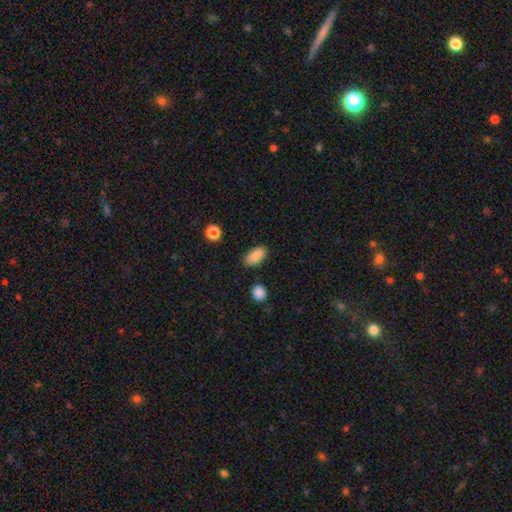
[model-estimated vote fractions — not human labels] smooth-or-featured: smooth: 88% | star or artifact: 8% | featured or disk: 5%
  how-rounded: in between: 90% | cigar-shaped: 6% | round: 4%
  merging: none: 83% | minor disturbance: 12% | major disturbance: 3% | merger: 2%